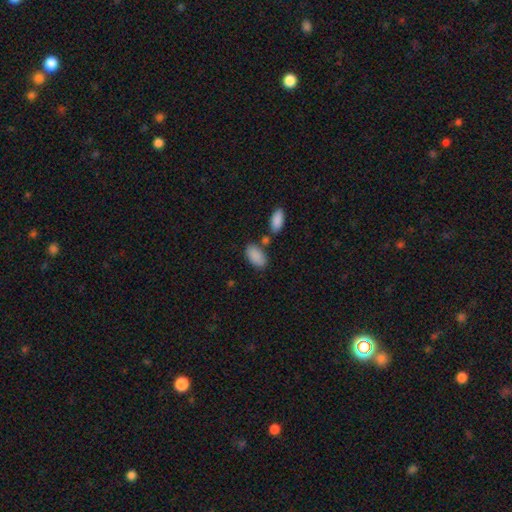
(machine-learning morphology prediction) type=smooth (88%); roundness=in between (94%); merging=none (67%).